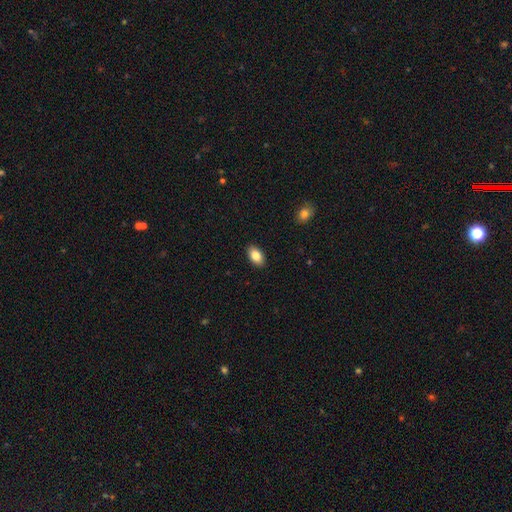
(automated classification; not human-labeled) Q: Smooth or featured?
A: smooth (85%); runner-up: featured or disk (7%)
Q: How rounded?
A: in between (93%); runner-up: round (6%)
Q: Merging?
A: none (90%); runner-up: minor disturbance (8%)